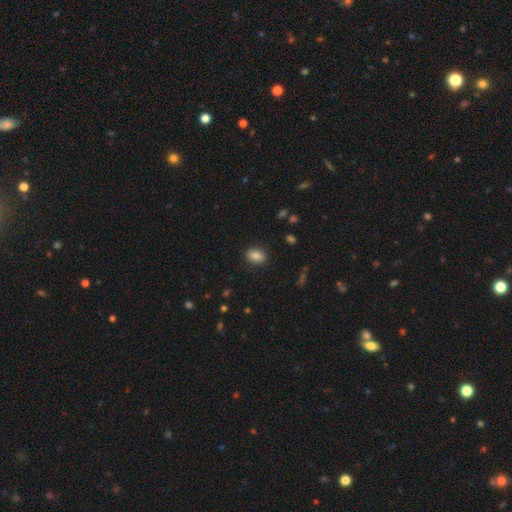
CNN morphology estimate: Q: Smooth or featured?
A: smooth (84%); runner-up: star or artifact (9%)
Q: How rounded?
A: in between (75%); runner-up: round (24%)
Q: Merging?
A: none (87%); runner-up: minor disturbance (10%)